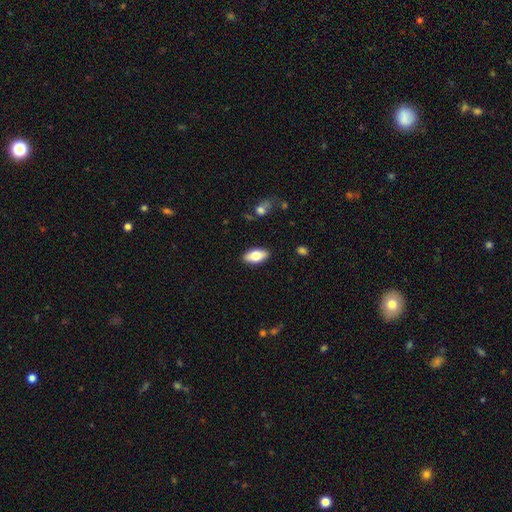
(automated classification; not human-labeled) Overall: smooth (74%). How rounded: in between (90%). Merging: none (88%).